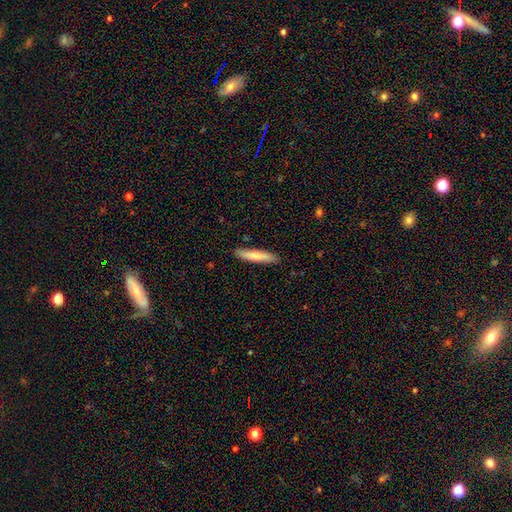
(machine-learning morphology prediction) type=smooth (77%); roundness=cigar-shaped (90%); merging=none (89%).